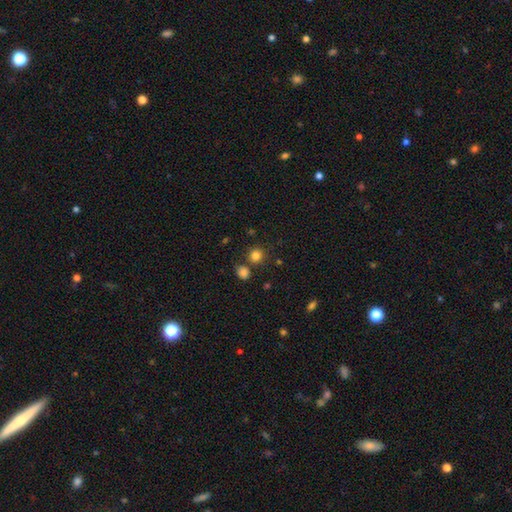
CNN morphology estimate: The model was most divided on "merging": none: 76%, merger: 13%, minor disturbance: 9%, major disturbance: 3%. More confident: how rounded — round (88%); smooth or featured — smooth (82%).